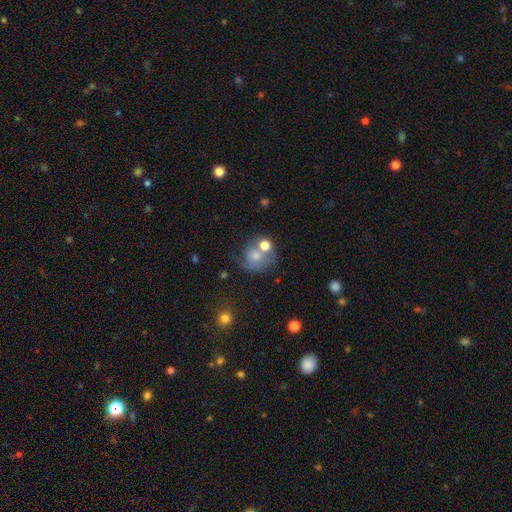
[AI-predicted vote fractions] Morphology: type=smooth (53%); roundness=round (76%); merging=none (44%).